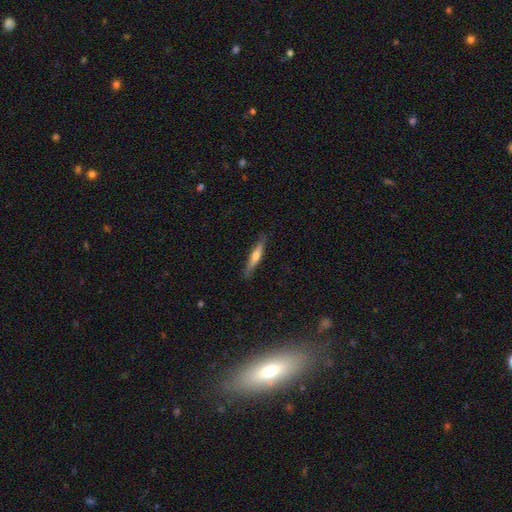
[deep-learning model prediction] smooth_or_featured: smooth (p=0.51) [alt: featured or disk p=0.43]
how_rounded: cigar-shaped (p=0.89) [alt: in between p=0.09]
merging: none (p=0.82) [alt: minor disturbance p=0.14]